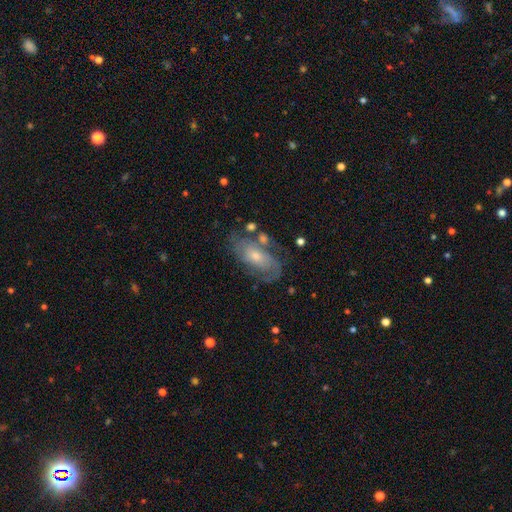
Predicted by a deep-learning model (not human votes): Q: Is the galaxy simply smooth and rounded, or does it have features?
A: featured or disk — 71%.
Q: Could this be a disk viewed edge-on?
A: no — 93%.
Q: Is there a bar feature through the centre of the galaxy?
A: no — 70%.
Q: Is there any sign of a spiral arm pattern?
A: yes — 85%.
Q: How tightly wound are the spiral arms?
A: tight — 45%.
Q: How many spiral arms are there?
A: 2 — 46%.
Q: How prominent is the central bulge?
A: small — 53%.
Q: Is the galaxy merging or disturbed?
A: none — 62%.